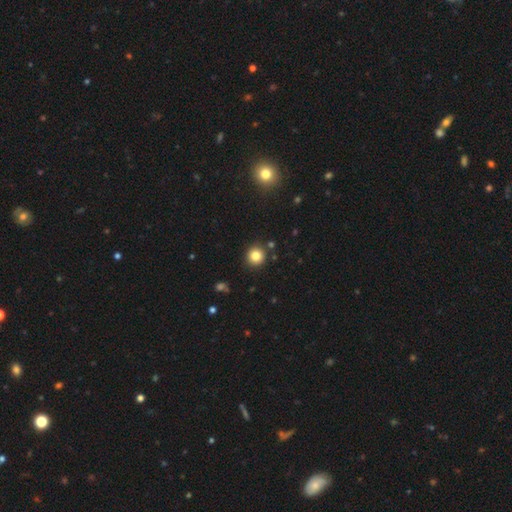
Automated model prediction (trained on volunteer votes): Overall: smooth (82%). How rounded: round (93%). Merging: none (89%).